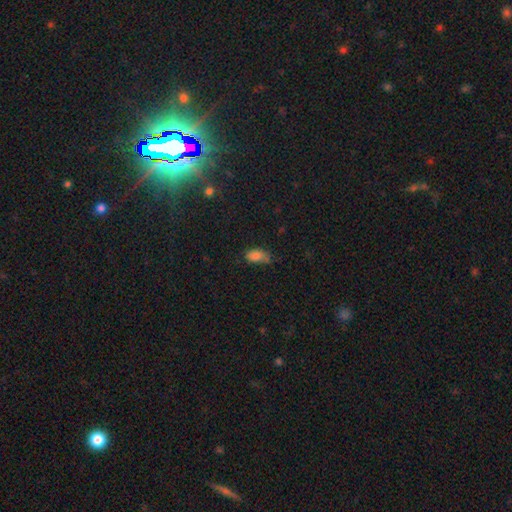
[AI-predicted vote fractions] Smooth or featured? smooth (82%)
How rounded? in between (89%)
Merging? none (43%)